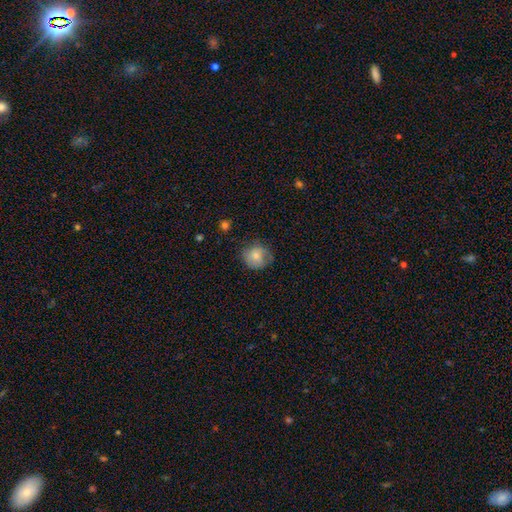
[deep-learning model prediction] Smooth or featured: smooth — 76% (featured or disk — 15%)
How rounded: round — 81% (in between — 18%)
Merging: none — 63% (minor disturbance — 26%)